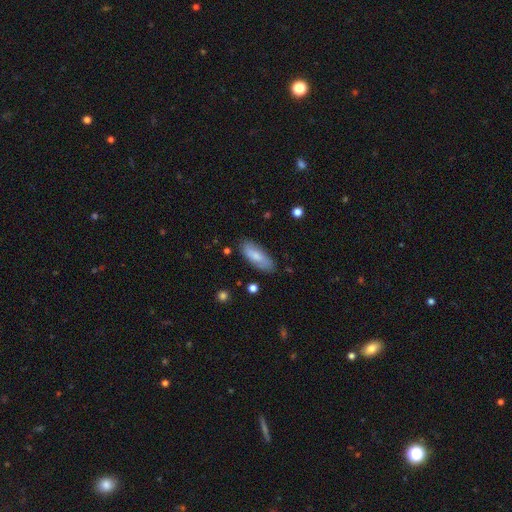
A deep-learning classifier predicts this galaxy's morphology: smooth-or-featured: smooth: 71% | featured or disk: 23% | star or artifact: 6%
  how-rounded: in between: 76% | cigar-shaped: 22% | round: 2%
  merging: none: 81% | minor disturbance: 14% | major disturbance: 3% | merger: 2%